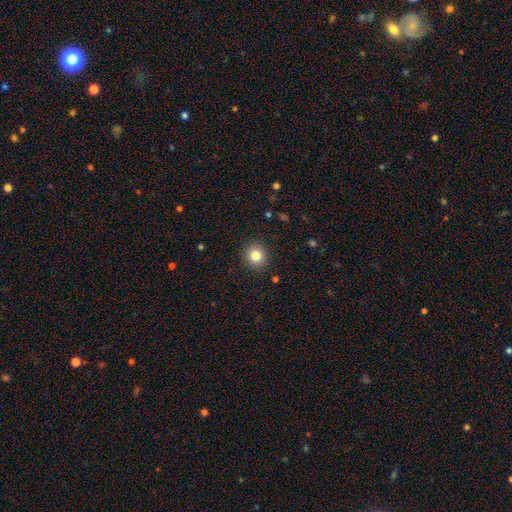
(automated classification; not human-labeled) Smooth or featured: smooth — 83% (star or artifact — 11%)
How rounded: round — 84% (in between — 15%)
Merging: none — 90% (minor disturbance — 7%)